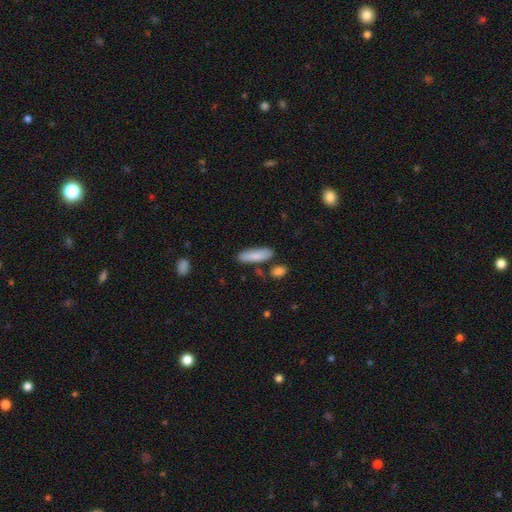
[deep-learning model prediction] This is clearly a smooth galaxy (84%). How rounded: possibly cigar-shaped (56%). Merging: likely none (78%).